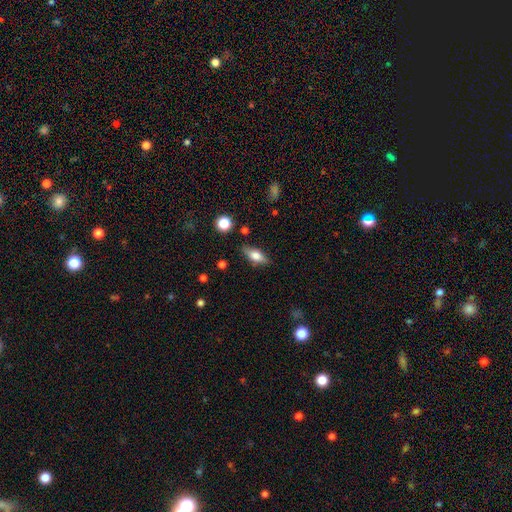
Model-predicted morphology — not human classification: Smooth or featured? smooth (59%)
How rounded? in between (70%)
Merging? none (83%)